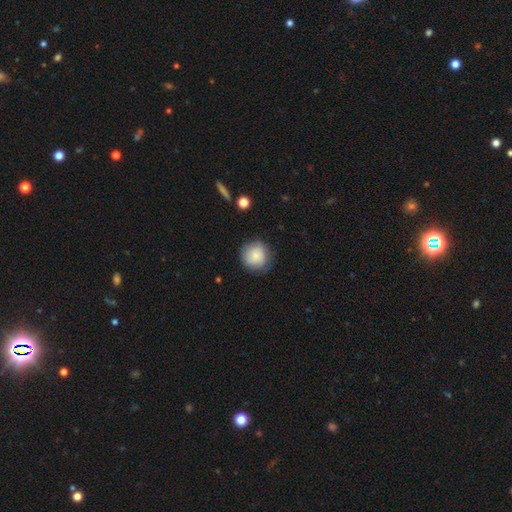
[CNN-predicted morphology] Q: Smooth or featured?
A: smooth (83%); runner-up: featured or disk (9%)
Q: How rounded?
A: round (92%); runner-up: in between (7%)
Q: Merging?
A: none (78%); runner-up: minor disturbance (16%)